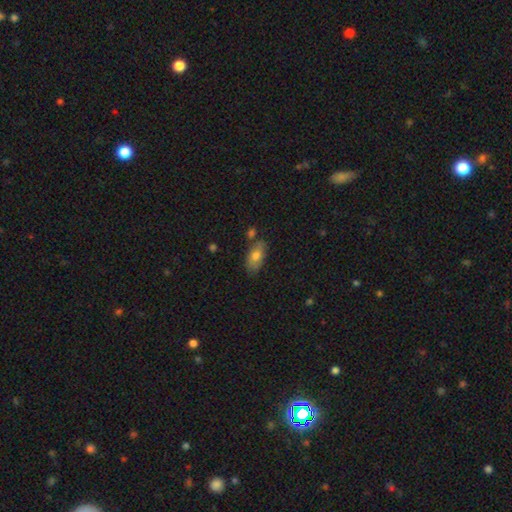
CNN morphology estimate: Smooth or featured: smooth — 73% (featured or disk — 20%)
How rounded: in between — 91% (round — 5%)
Merging: none — 68% (minor disturbance — 20%)